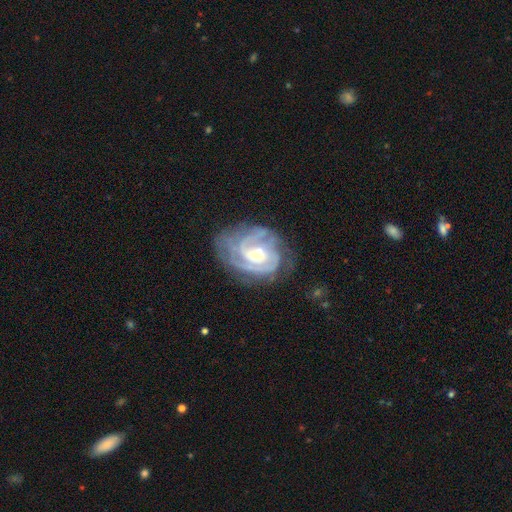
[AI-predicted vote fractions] A featured or disk galaxy (88%) with no bar (50%), 3 (29%) tight (67%) spiral arms (96%) and a moderate central bulge (48%).

Vote fractions:
- Smooth or featured? featured or disk: 88% / smooth: 7% / star or artifact: 5%
- Edge-on disk? no: 97% / yes: 3%
- Bar? no: 50% / weak: 39% / strong: 11%
- Spiral arms? yes: 96% / no: 4%
- Spiral winding? tight: 67% / medium: 28% / loose: 5%
- Spiral arm count? 3: 29% / 2: 27% / can't tell: 24% / 4: 10% / 1: 5% / more than 4: 5%
- Bulge size? moderate: 48% / small: 47% / large: 3% / none: 2% / dominant: 1%
- Merging? none: 67% / minor disturbance: 21% / major disturbance: 10% / merger: 2%